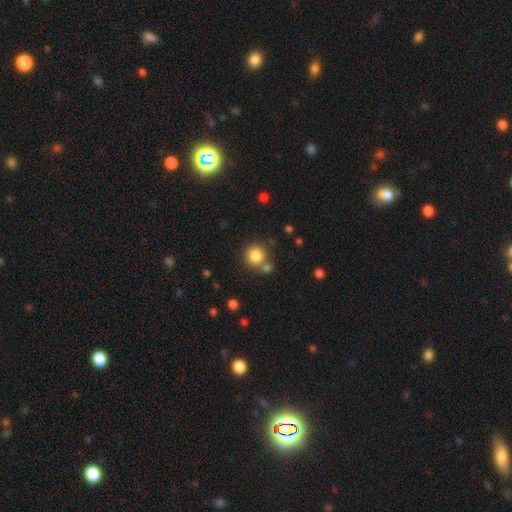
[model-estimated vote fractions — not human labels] Morphology: type=smooth (84%); roundness=round (92%); merging=none (72%).